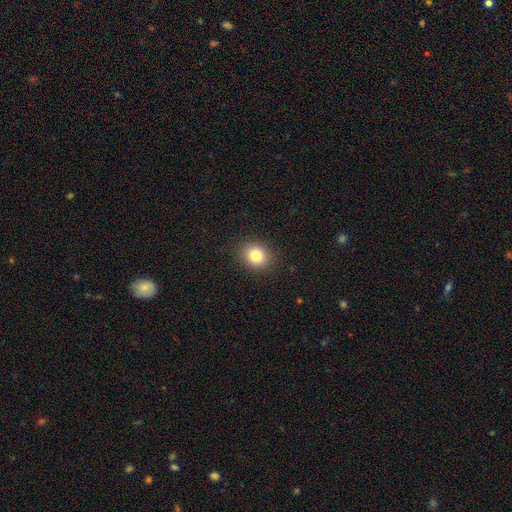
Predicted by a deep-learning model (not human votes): Smooth or featured: smooth — 81% (star or artifact — 11%)
How rounded: round — 67% (in between — 32%)
Merging: none — 89% (minor disturbance — 7%)